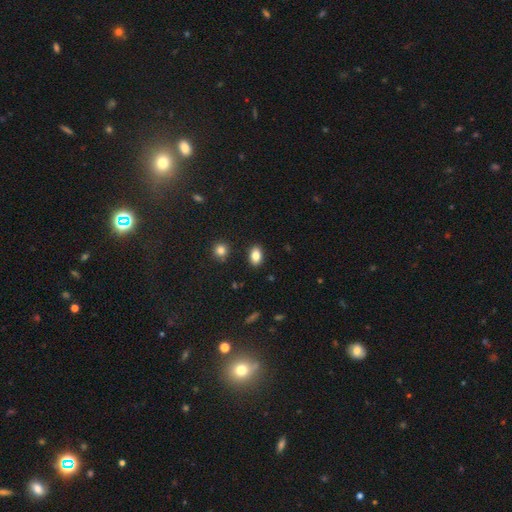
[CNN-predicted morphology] Smooth or featured: smooth — 84% (star or artifact — 9%)
How rounded: in between — 87% (round — 11%)
Merging: none — 89% (minor disturbance — 8%)